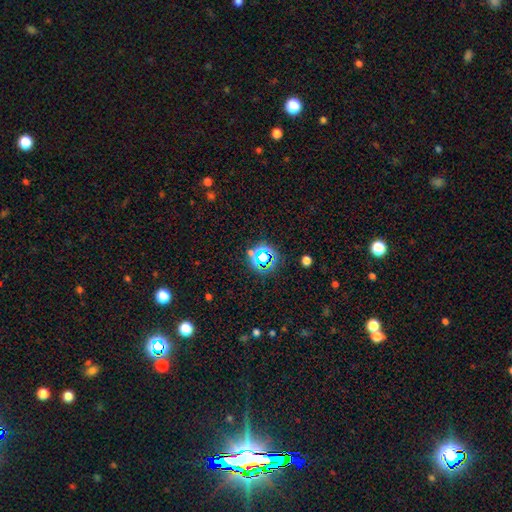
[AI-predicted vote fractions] Smooth or featured? star or artifact (68%)